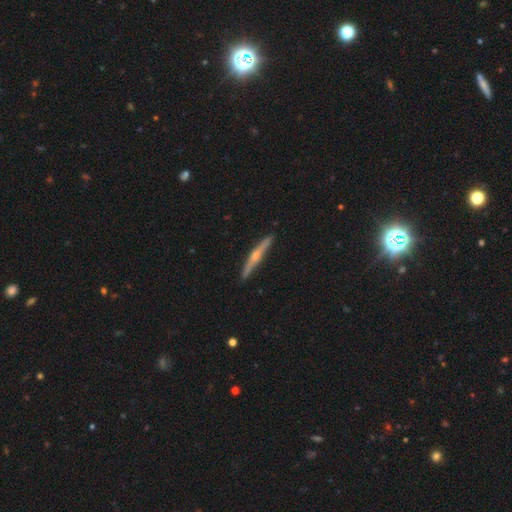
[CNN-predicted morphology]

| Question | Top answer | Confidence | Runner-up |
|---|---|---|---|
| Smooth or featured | featured or disk | 72% | smooth (23%) |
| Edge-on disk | yes | 98% | no (2%) |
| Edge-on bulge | rounded | 87% | none (9%) |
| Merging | none | 91% | minor disturbance (7%) |